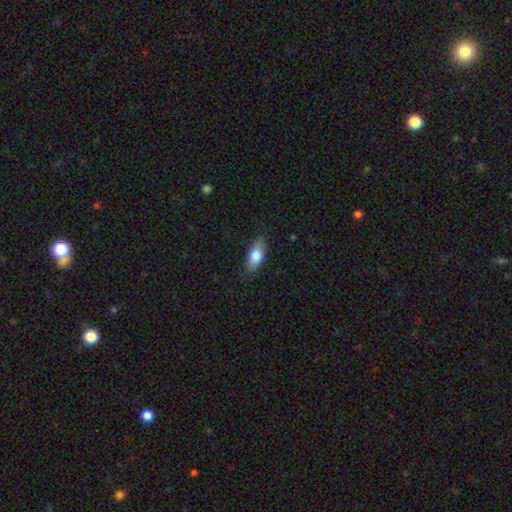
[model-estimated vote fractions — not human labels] smooth 79%, featured or disk 14%, star or artifact 7%. Down the decision tree: how rounded — in between (84%); merging — none (81%).